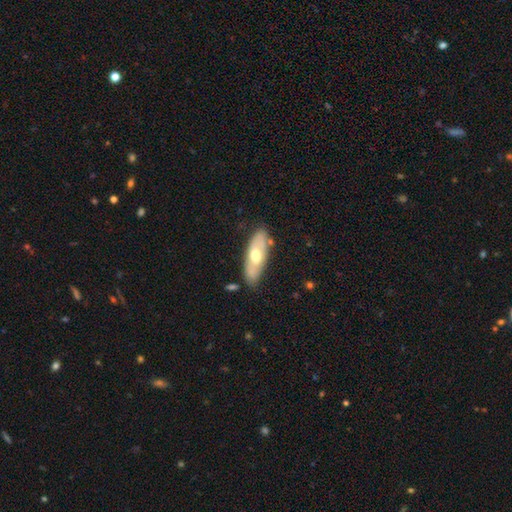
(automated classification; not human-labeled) Overall: smooth (49%; featured or disk 46%). Merging: none (77%).